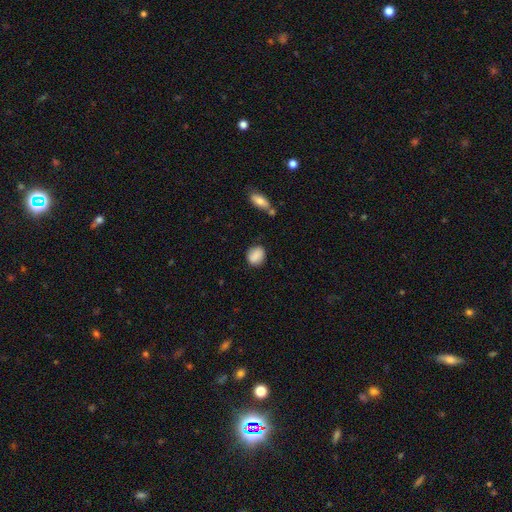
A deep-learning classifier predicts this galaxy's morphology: The model was most divided on "how rounded": round: 51%, in between: 48%, cigar-shaped: 2%. More confident: smooth or featured — smooth (87%); merging — none (77%).